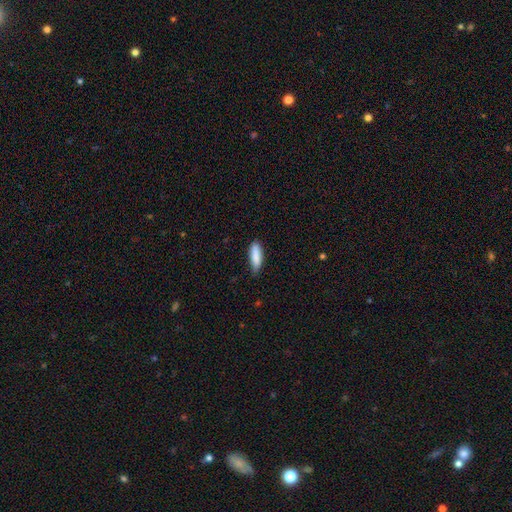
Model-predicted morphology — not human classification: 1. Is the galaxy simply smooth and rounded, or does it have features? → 88% smooth, 6% featured or disk, 6% star or artifact.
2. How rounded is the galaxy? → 53% cigar-shaped, 45% in between, 2% round.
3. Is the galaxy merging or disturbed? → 78% none, 18% minor disturbance, 3% major disturbance, 1% merger.